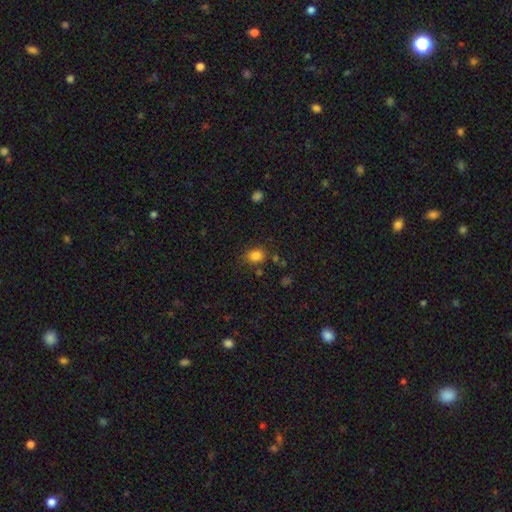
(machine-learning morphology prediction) A smooth galaxy with no disk features (83%) that is round (53%). Merging: none (78%).